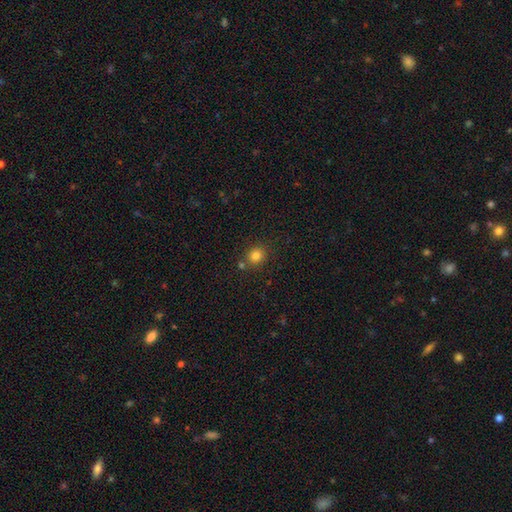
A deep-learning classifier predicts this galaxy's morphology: Smooth or featured? smooth (80%)
How rounded? round (79%)
Merging? none (77%)